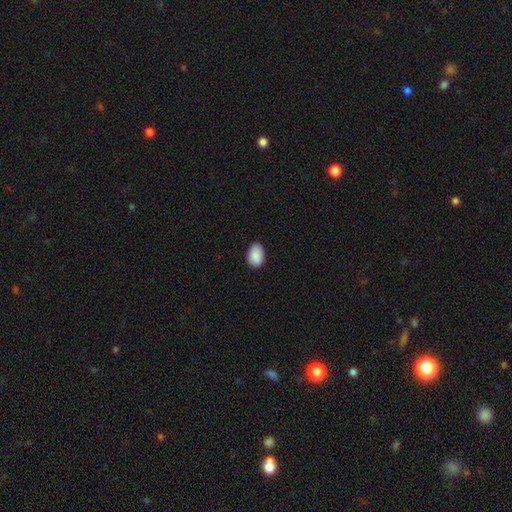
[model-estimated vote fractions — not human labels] A smooth galaxy with no disk features (90%) that is in between round and cigar-shaped (86%). Merging: none (84%).